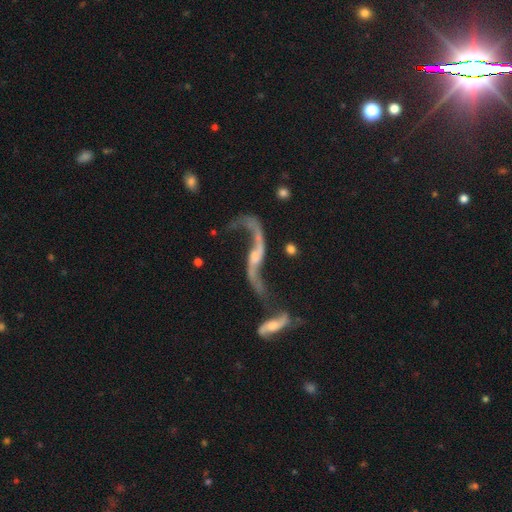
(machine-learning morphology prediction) Overall: featured or disk (87%). Edge-on disk: no (86%). Bar: no (44%; weak 37%). Spiral arms: yes (92%). Spiral arm count: 2 (90%). Spiral winding: loose (93%). Bulge size: small (53%; moderate 26%). Merging: none (40%; merger 31%).